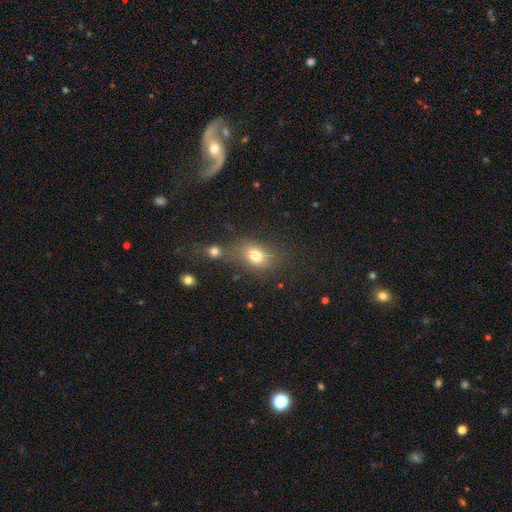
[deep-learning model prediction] Smooth or featured? Predicted: smooth (p=0.76). How rounded? Predicted: in between (p=0.65). Merging? Predicted: none (p=0.55).